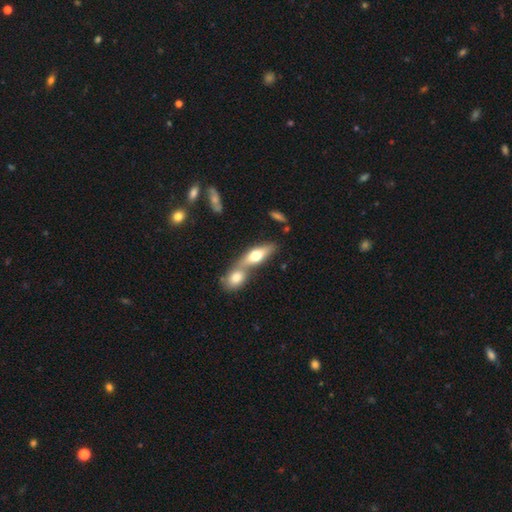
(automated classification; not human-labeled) A smooth galaxy with no disk features (60%) that is in between round and cigar-shaped (60%). Merging: merger (57%).